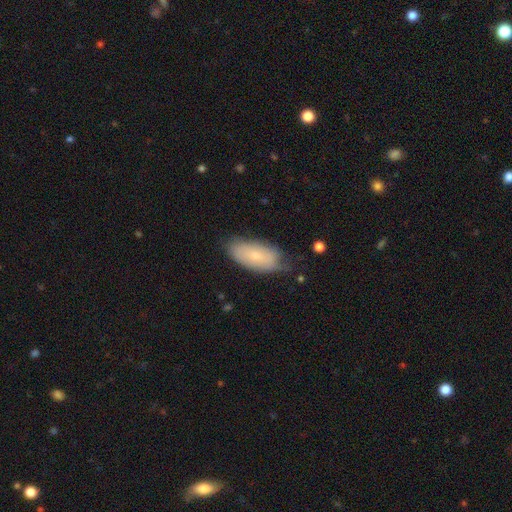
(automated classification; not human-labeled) Morphology: type=smooth (68%); roundness=in between (92%); merging=none (58%).